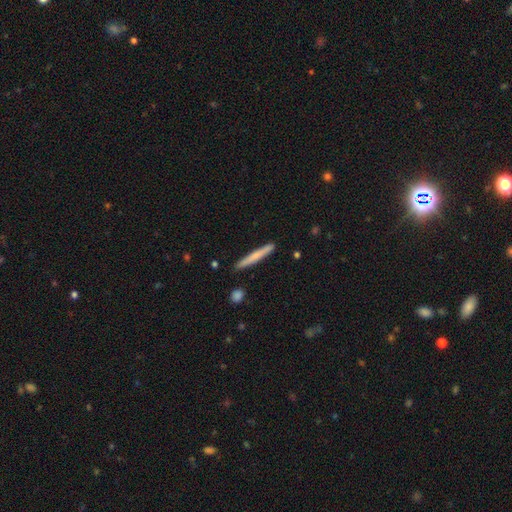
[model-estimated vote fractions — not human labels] Smooth or featured? Predicted: smooth (p=0.66). How rounded? Predicted: cigar-shaped (p=0.96). Merging? Predicted: none (p=0.89).